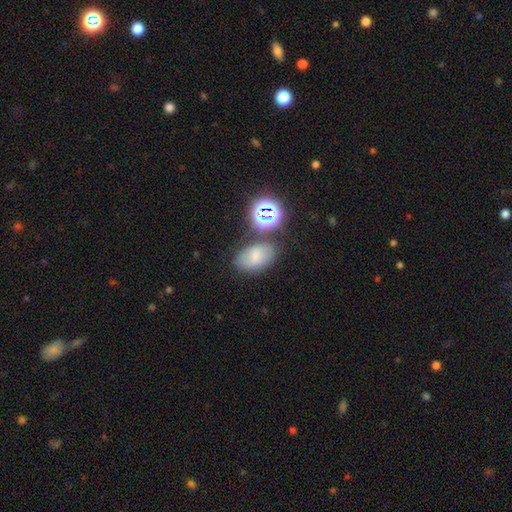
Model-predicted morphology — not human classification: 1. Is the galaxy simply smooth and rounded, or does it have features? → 64% smooth, 21% star or artifact, 15% featured or disk.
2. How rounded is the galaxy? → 82% in between, 16% round, 2% cigar-shaped.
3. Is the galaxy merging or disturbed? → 68% none, 17% minor disturbance, 10% merger, 6% major disturbance.